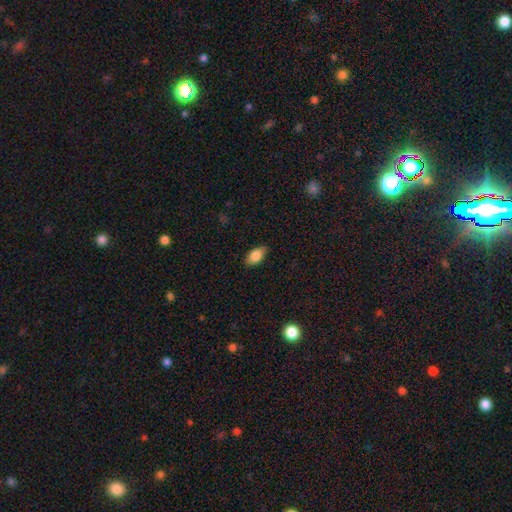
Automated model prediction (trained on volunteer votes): Smooth or featured? smooth (83%)
How rounded? in between (90%)
Merging? none (85%)